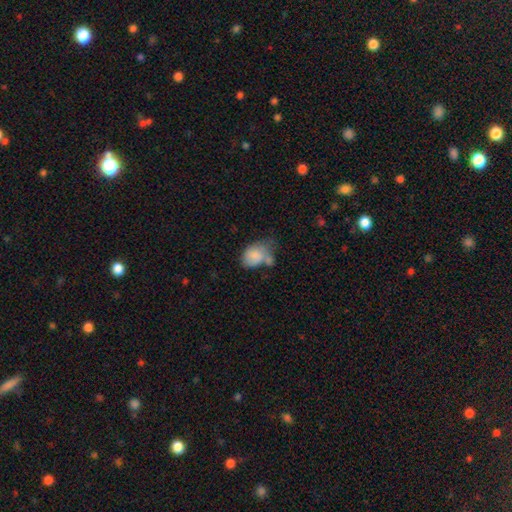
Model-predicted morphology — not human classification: smooth 78%, featured or disk 14%, star or artifact 8%. Down the decision tree: how rounded — in between (73%); merging — merger (29%).